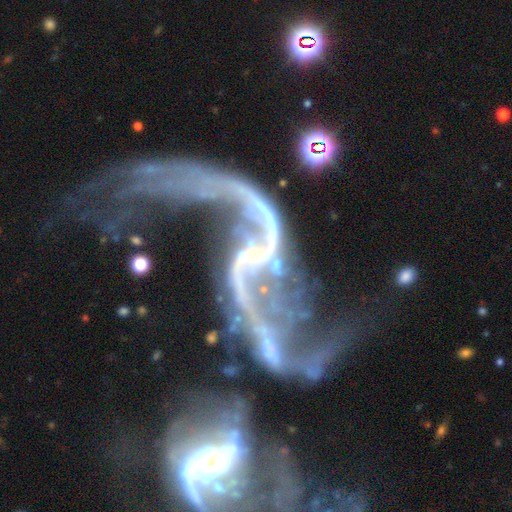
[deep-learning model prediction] Smooth or featured? Predicted: featured or disk (p=0.85). Edge-on disk? Predicted: no (p=0.96). Bar? Predicted: no (p=0.38, tied with weak). Spiral arms? Predicted: yes (p=0.88). Spiral winding? Predicted: loose (p=0.87). Spiral arm count? Predicted: 2 (p=0.78). Bulge size? Predicted: small (p=0.53). Merging? Predicted: merger (p=0.48).